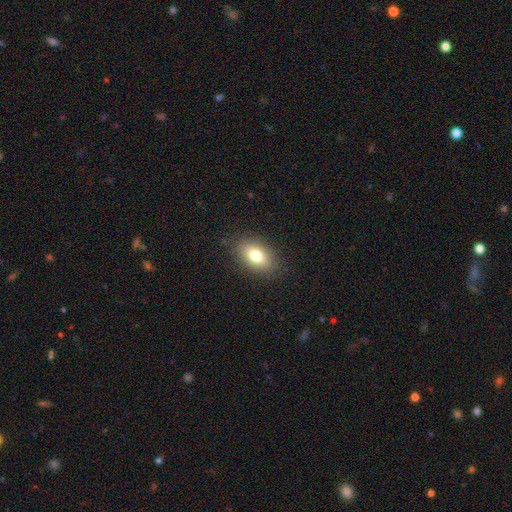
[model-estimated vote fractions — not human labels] Smooth or featured? smooth (78%)
How rounded? in between (88%)
Merging? none (87%)